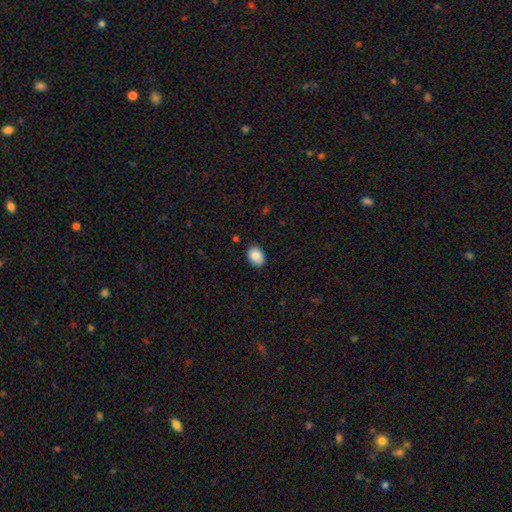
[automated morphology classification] smooth_or_featured: smooth (p=0.88) [alt: star or artifact p=0.07]
how_rounded: in between (p=0.78) [alt: round p=0.21]
merging: none (p=0.85) [alt: minor disturbance p=0.11]